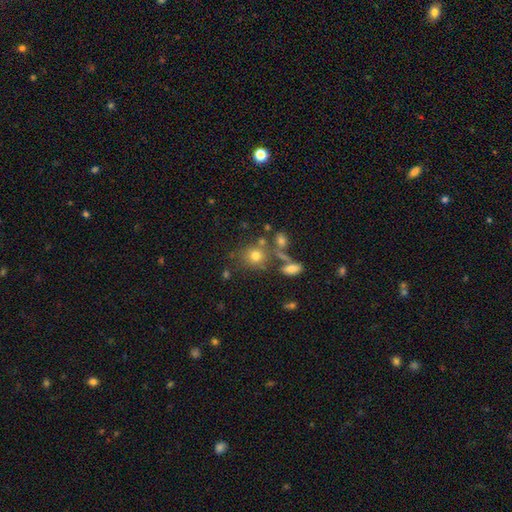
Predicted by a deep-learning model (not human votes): smooth 74%, star or artifact 14%, featured or disk 12%. Down the decision tree: how rounded — round (78%); merging — none (61%).